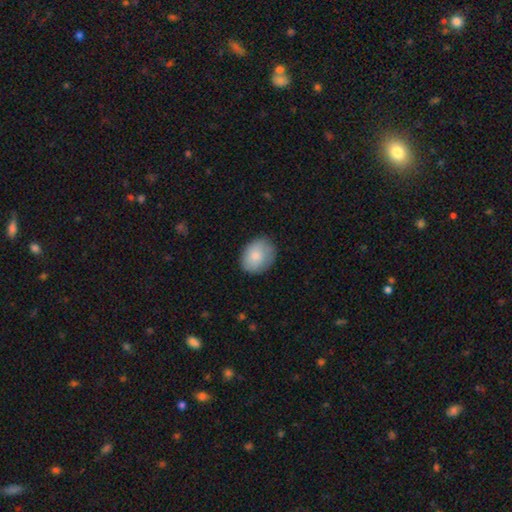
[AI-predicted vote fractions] A smooth galaxy with no disk features (83%) that is in between round and cigar-shaped (52%). Merging: none (79%).